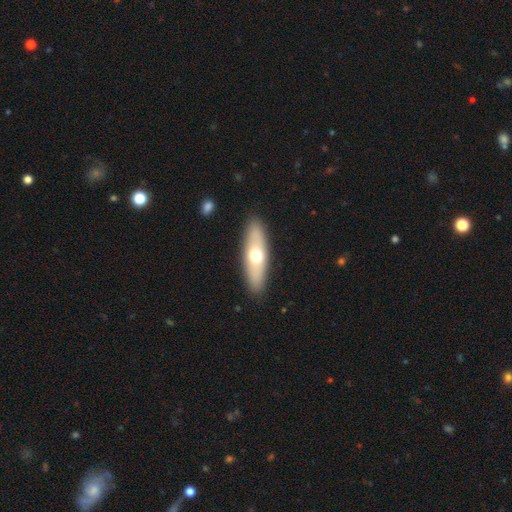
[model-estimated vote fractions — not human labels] Smooth or featured: smooth — 57% (featured or disk — 38%)
How rounded: cigar-shaped — 49% (in between — 48%)
Merging: none — 89% (minor disturbance — 8%)